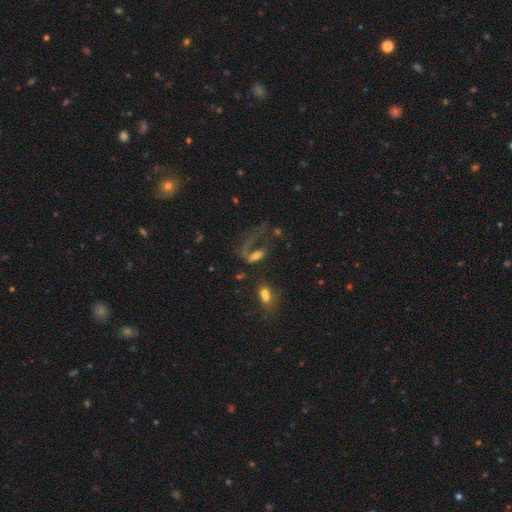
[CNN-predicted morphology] Smooth or featured?
  - featured or disk: 46% *
  - smooth: 35%
  - star or artifact: 18%
Merging?
  - major disturbance: 47% *
  - none: 25%
  - merger: 16%
  - minor disturbance: 12%